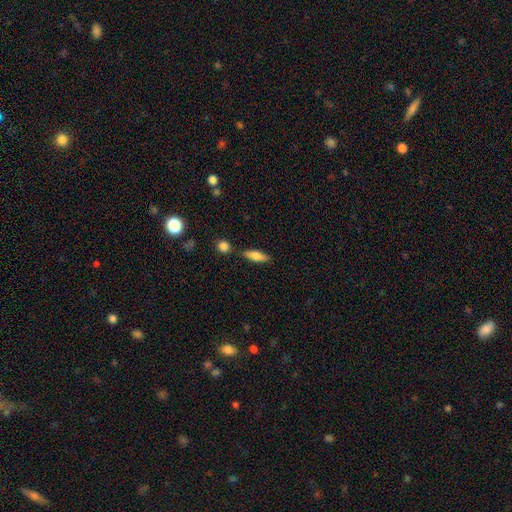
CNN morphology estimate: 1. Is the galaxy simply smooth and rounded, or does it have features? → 74% smooth, 19% featured or disk, 7% star or artifact.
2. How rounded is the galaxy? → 50% in between, 47% cigar-shaped, 3% round.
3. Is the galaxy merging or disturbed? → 78% none, 12% minor disturbance, 7% merger, 3% major disturbance.